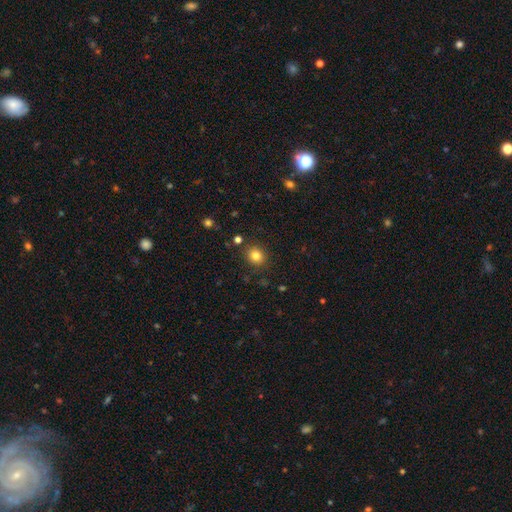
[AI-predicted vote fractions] Q: Smooth or featured?
A: smooth (82%); runner-up: star or artifact (13%)
Q: How rounded?
A: round (77%); runner-up: in between (22%)
Q: Merging?
A: none (86%); runner-up: minor disturbance (8%)